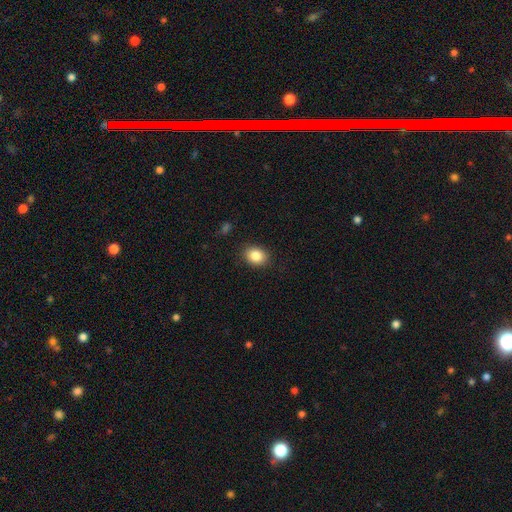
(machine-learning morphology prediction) A smooth galaxy with no disk features (85%) that is in between round and cigar-shaped (59%). Merging: none (87%).